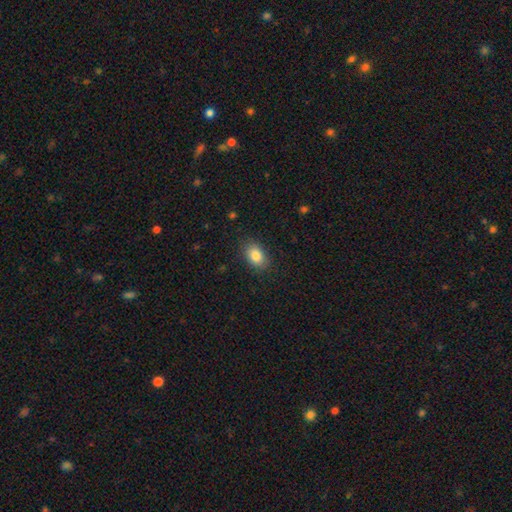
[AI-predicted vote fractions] Smooth or featured? Predicted: smooth (p=0.84). How rounded? Predicted: in between (p=0.84). Merging? Predicted: none (p=0.85).